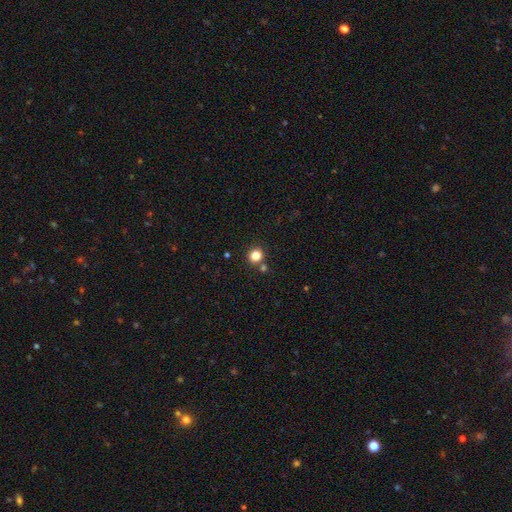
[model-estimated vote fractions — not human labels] Smooth or featured? Predicted: smooth (p=0.82). How rounded? Predicted: round (p=0.89). Merging? Predicted: none (p=0.80).